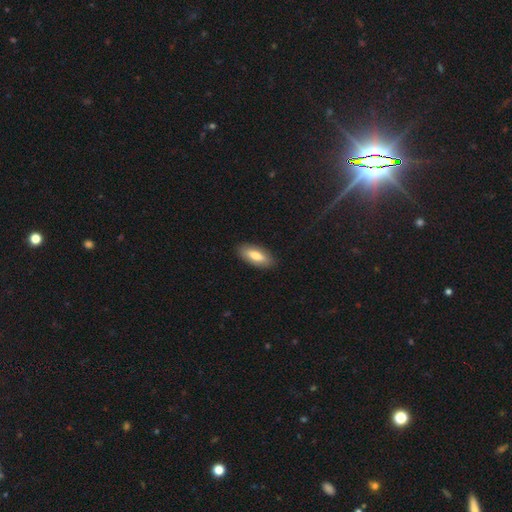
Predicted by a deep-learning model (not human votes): Smooth or featured: smooth — 77% (featured or disk — 18%)
How rounded: in between — 80% (cigar-shaped — 17%)
Merging: none — 88% (minor disturbance — 8%)